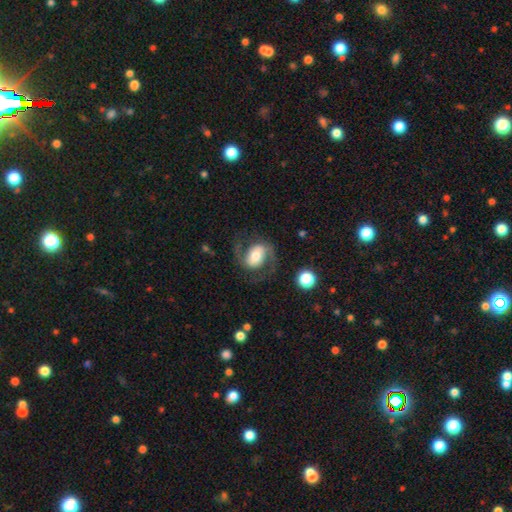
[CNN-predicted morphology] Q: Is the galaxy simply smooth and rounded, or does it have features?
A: featured or disk — 76%.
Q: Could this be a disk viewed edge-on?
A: no — 97%.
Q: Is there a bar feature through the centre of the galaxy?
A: no — 37%, tied with weak.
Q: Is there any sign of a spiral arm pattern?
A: yes — 90%.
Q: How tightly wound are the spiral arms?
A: medium — 53%.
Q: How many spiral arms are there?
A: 2 — 91%.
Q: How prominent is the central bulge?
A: moderate — 57%.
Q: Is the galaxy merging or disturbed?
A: none — 70%.